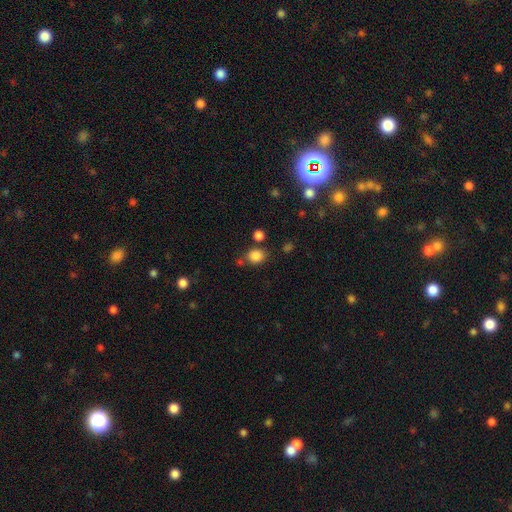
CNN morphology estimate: Overall: smooth (84%). How rounded: round (64%; in between 35%). Merging: none (71%).